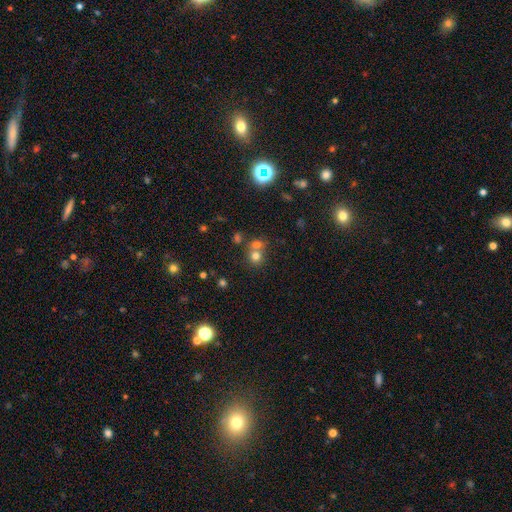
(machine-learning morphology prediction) Smooth or featured? smooth (71%)
How rounded? round (84%)
Merging? merger (46%)